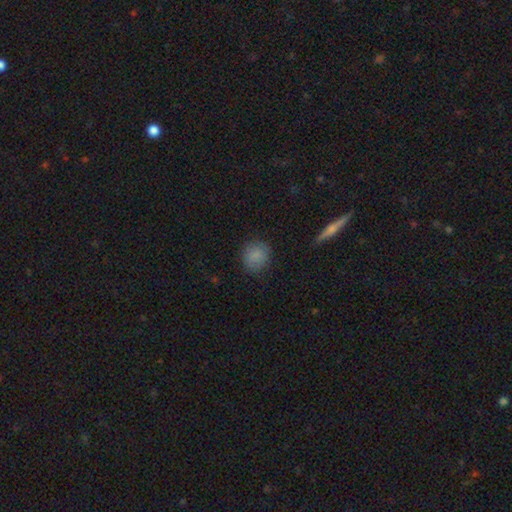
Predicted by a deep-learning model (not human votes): Smooth or featured? smooth (85%)
How rounded? round (85%)
Merging? none (84%)